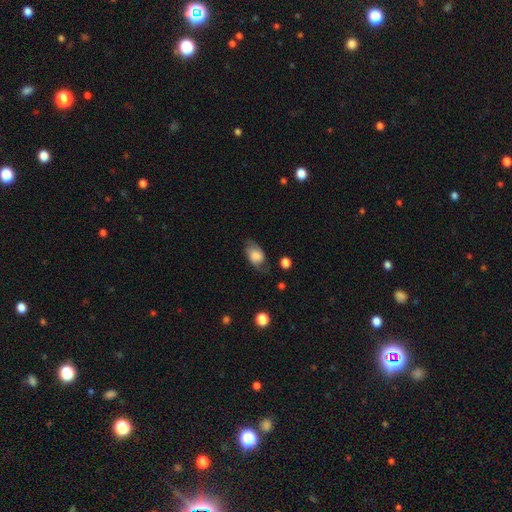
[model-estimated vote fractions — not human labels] smooth 60%, featured or disk 32%, star or artifact 8%. Down the decision tree: how rounded — in between (84%); merging — none (62%).